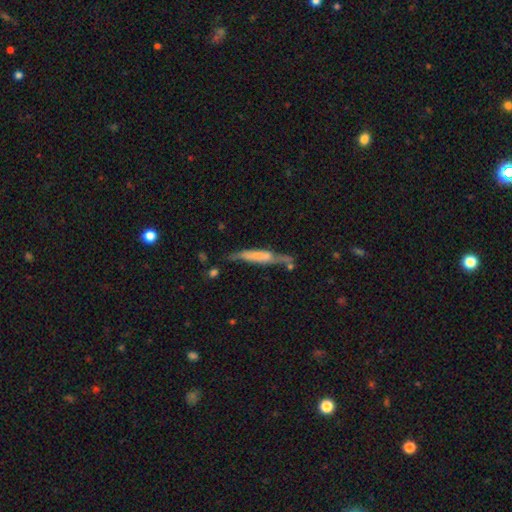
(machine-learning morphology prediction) Smooth or featured?
  - featured or disk: 49% *
  - smooth: 44%
  - star or artifact: 7%
Merging?
  - none: 52% *
  - minor disturbance: 26%
  - major disturbance: 12%
  - merger: 9%